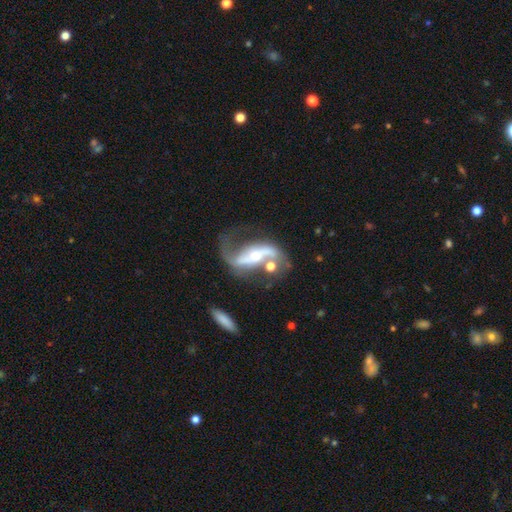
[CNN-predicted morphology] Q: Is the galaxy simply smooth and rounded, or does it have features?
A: featured or disk — 86%.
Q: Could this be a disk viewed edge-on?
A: no — 93%.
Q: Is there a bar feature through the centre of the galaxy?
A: strong — 47%.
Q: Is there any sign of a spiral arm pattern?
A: yes — 93%.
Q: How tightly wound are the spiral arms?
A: loose — 74%.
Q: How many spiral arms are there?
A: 2 — 88%.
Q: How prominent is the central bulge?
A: moderate — 54%.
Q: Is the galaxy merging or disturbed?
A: none — 47%.